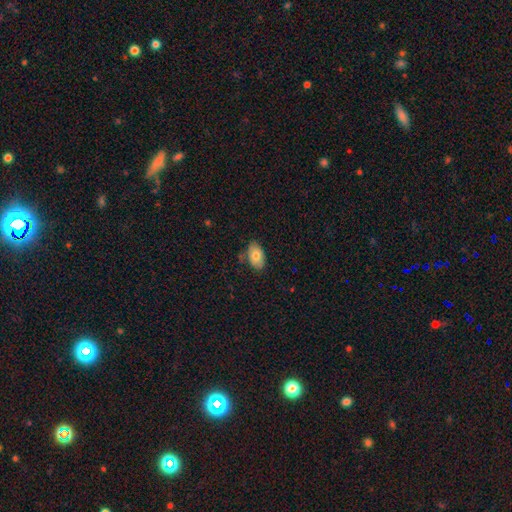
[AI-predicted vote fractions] A smooth galaxy with no disk features (76%) that is in between round and cigar-shaped (90%).

Vote fractions:
- Smooth or featured? smooth: 76% / featured or disk: 17% / star or artifact: 7%
- How rounded? in between: 90% / round: 8% / cigar-shaped: 1%
- Merging? none: 71% / minor disturbance: 21% / major disturbance: 4% / merger: 4%